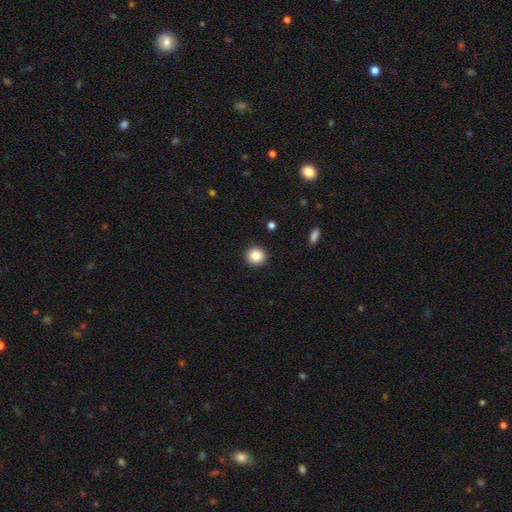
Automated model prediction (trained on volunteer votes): This appears to be a smooth galaxy with no disk features (87%) that is round (92%). Merging: none (91%).